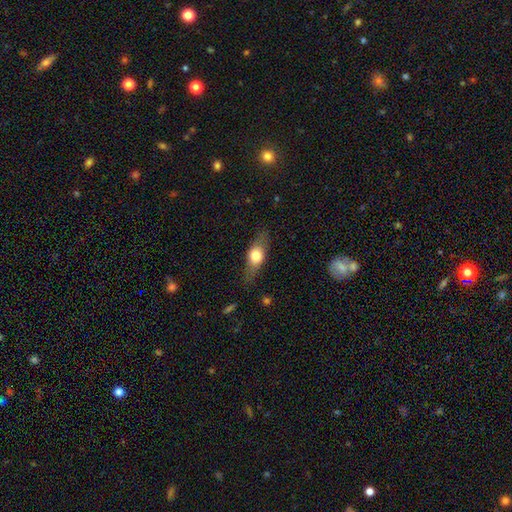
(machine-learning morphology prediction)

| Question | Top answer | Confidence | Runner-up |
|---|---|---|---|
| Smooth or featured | smooth | 58% | featured or disk (35%) |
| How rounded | in between | 65% | cigar-shaped (25%) |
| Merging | none | 77% | minor disturbance (16%) |